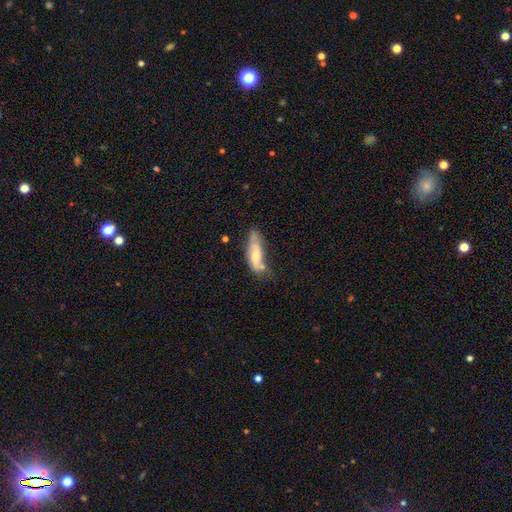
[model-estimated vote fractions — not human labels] A smooth galaxy with no disk features (55%) that is in between round and cigar-shaped (56%). Merging: none (43%).